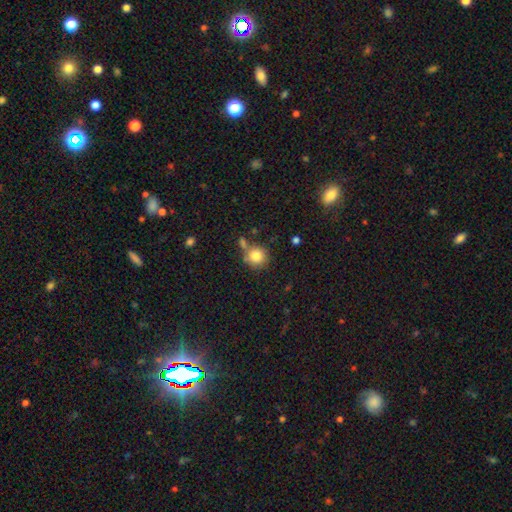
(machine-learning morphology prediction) Overall: smooth (82%). How rounded: round (89%). Merging: none (63%).